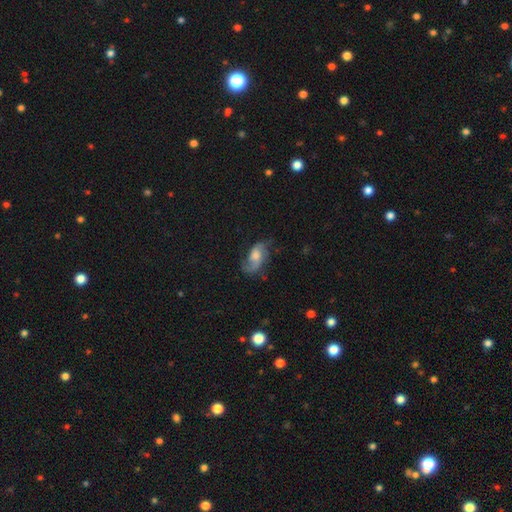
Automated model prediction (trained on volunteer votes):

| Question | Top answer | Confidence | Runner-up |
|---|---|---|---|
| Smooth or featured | featured or disk | 74% | smooth (18%) |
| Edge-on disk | no | 96% | yes (4%) |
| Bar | no | 59% | weak (35%) |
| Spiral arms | yes | 93% | no (7%) |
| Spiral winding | loose | 48% | medium (39%) |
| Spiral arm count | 2 | 81% | 1 (8%) |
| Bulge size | moderate | 51% | small (23%) |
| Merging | none | 66% | minor disturbance (21%) |